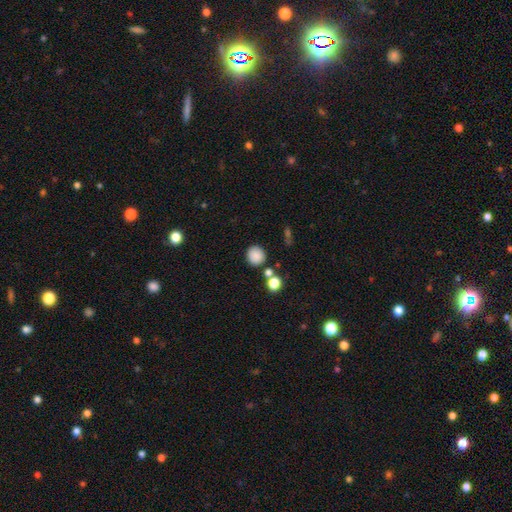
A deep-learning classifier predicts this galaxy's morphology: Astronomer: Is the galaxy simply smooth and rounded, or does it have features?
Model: smooth — 85%.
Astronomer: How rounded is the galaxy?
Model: round — 87%.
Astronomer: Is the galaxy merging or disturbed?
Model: none — 79%.